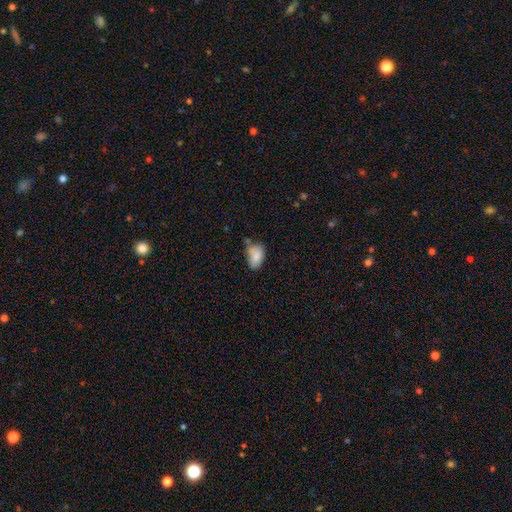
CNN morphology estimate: smooth_or_featured: smooth (p=0.83) [alt: featured or disk p=0.09]
how_rounded: in between (p=0.89) [alt: round p=0.09]
merging: none (p=0.48) [alt: minor disturbance p=0.32]